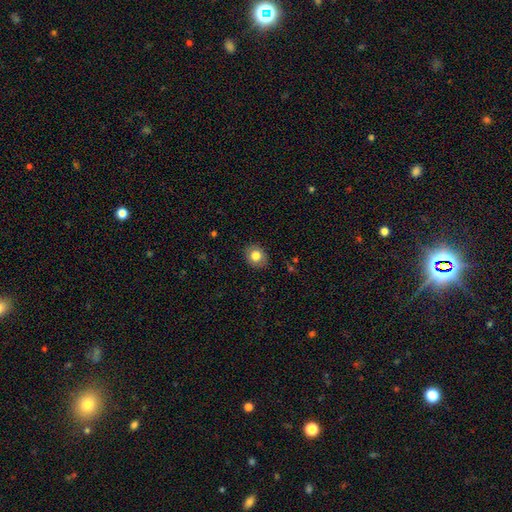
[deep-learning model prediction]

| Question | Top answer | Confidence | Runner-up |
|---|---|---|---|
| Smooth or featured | smooth | 81% | featured or disk (10%) |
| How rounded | round | 65% | in between (34%) |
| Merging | none | 88% | minor disturbance (9%) |